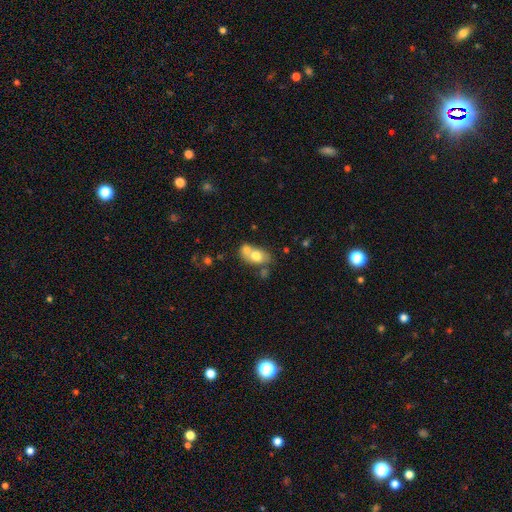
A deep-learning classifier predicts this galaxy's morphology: The model was most divided on "merging": merger: 52%, none: 31%, minor disturbance: 12%, major disturbance: 5%. More confident: how rounded — in between (74%); smooth or featured — smooth (70%).